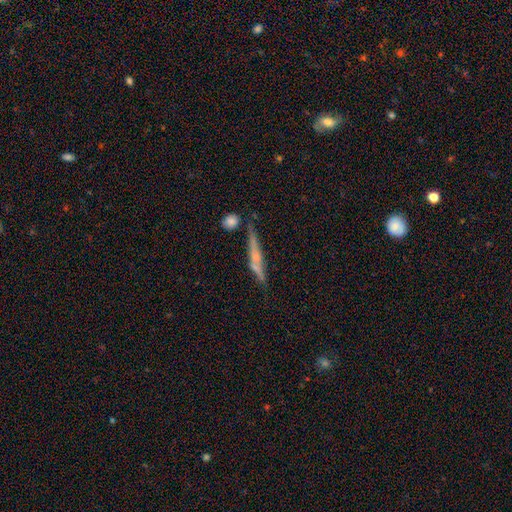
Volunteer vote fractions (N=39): Overall: featured or disk (59%; smooth 33%). Edge-on disk: yes (96%). Edge-on bulge: none (45%; rounded 41%). Merging: none (50%; major disturbance 22%).